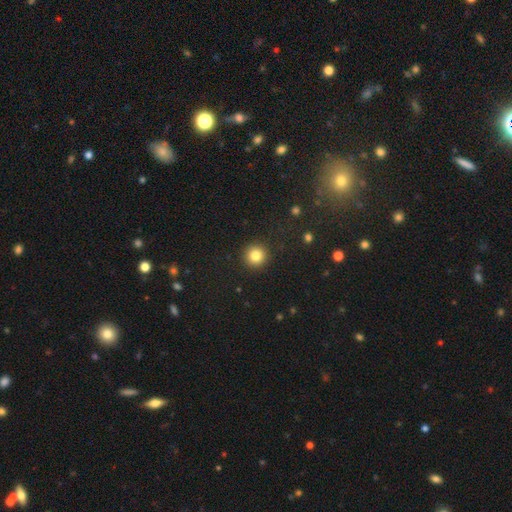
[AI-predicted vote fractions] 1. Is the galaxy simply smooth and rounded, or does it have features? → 83% smooth, 11% star or artifact, 6% featured or disk.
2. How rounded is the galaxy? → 95% round, 4% in between, 1% cigar-shaped.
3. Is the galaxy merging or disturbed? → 92% none, 5% minor disturbance, 2% major disturbance, 1% merger.